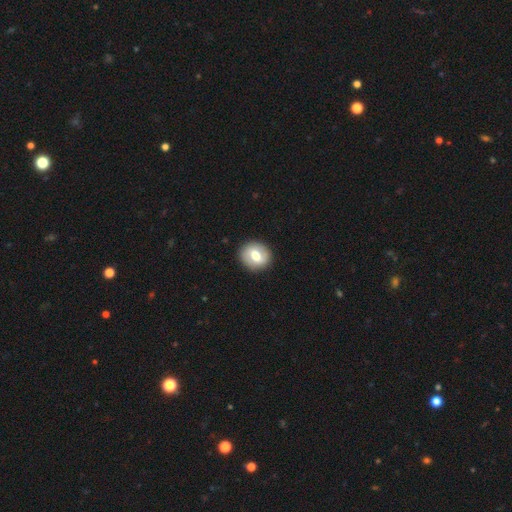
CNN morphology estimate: smooth 56%, featured or disk 37%, star or artifact 7%. Down the decision tree: how rounded — round (75%); merging — none (88%).